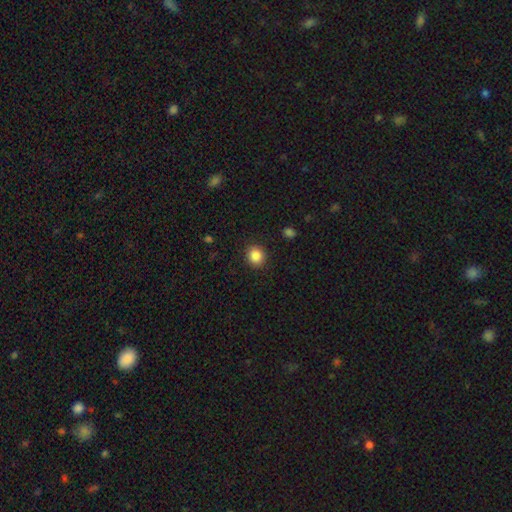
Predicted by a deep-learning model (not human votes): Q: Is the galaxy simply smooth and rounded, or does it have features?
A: smooth — 86%.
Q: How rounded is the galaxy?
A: round — 83%.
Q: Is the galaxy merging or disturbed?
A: none — 90%.